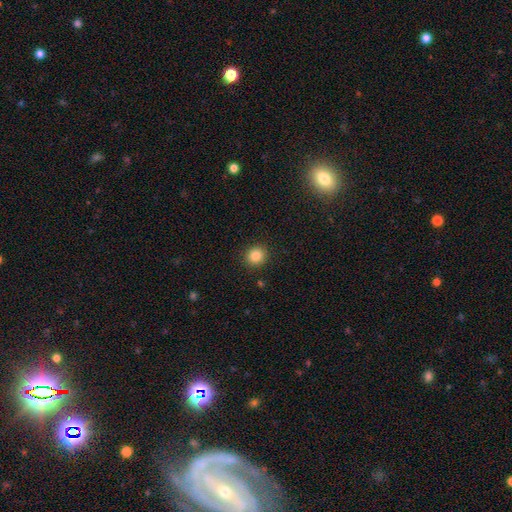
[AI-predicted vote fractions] This appears to be a smooth galaxy with no disk features (85%) that is round (84%). Merging: none (90%).